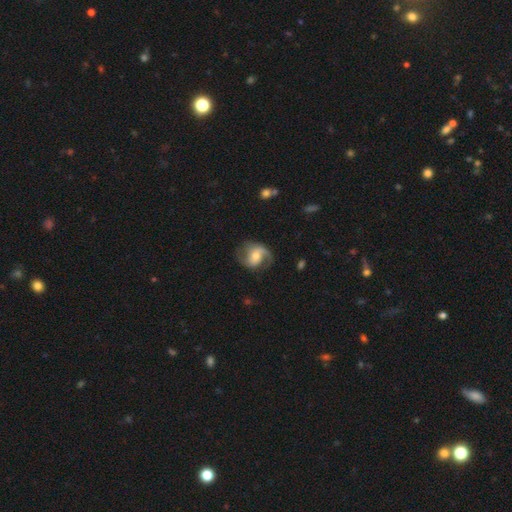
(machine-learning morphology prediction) A featured or disk galaxy (76%) with no bar (49%), 2 (69%) medium (45%) spiral arms (94%) and a moderate central bulge (55%).

Vote fractions:
- Smooth or featured? featured or disk: 76% / smooth: 18% / star or artifact: 6%
- Edge-on disk? no: 97% / yes: 3%
- Bar? no: 49% / weak: 38% / strong: 13%
- Spiral arms? yes: 94% / no: 6%
- Spiral winding? medium: 45% / loose: 38% / tight: 16%
- Spiral arm count? 2: 69% / 1: 23% / can't tell: 5% / 3: 2% / 4: 1% / more than 4: 1%
- Bulge size? moderate: 55% / small: 35% / large: 7% / none: 3% / dominant: 1%
- Merging? none: 64% / minor disturbance: 19% / major disturbance: 15% / merger: 2%